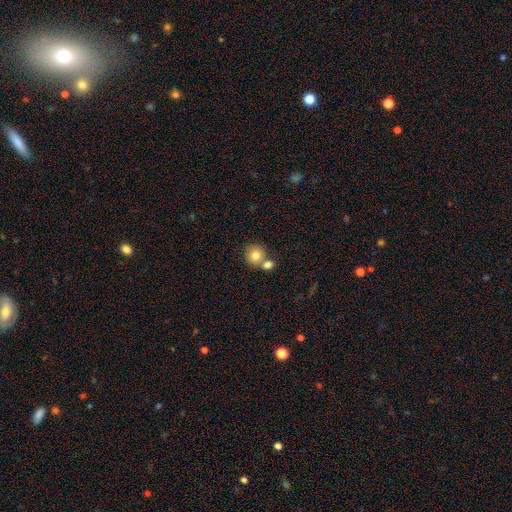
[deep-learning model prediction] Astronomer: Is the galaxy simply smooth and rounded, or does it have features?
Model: smooth — 80%.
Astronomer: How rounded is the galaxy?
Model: round — 87%.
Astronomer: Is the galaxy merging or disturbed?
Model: none — 50% (runner-up: merger, 40%).